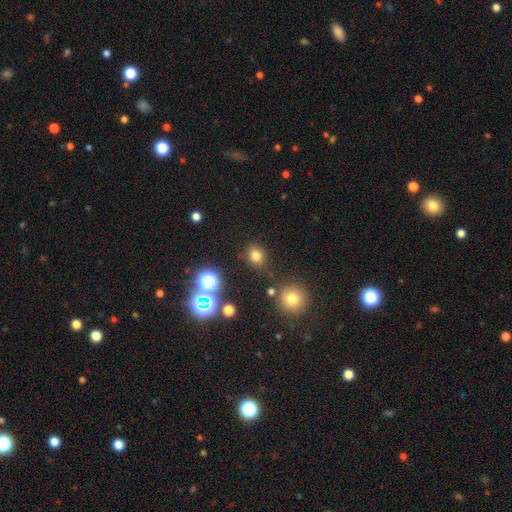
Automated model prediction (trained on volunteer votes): Smooth or featured? Predicted: smooth (p=0.73). How rounded? Predicted: round (p=0.73). Merging? Predicted: none (p=0.83).